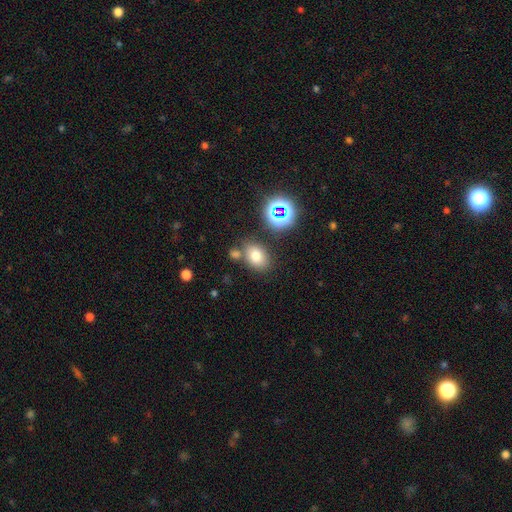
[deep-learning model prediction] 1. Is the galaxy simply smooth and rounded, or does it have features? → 72% smooth, 17% star or artifact, 11% featured or disk.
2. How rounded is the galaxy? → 66% in between, 32% round, 1% cigar-shaped.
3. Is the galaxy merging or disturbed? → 71% none, 13% minor disturbance, 12% merger, 4% major disturbance.